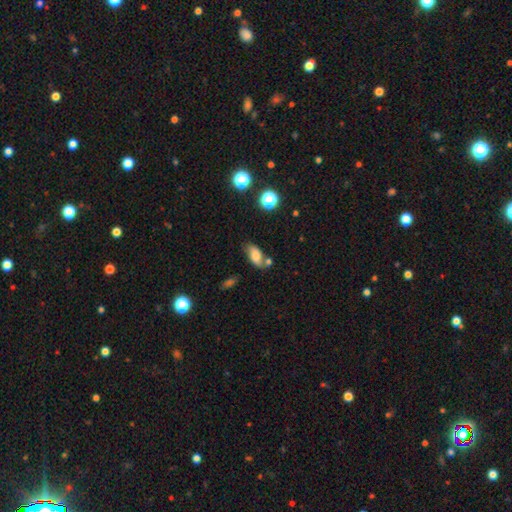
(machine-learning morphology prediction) Smooth or featured?
  - smooth: 68% *
  - featured or disk: 21%
  - star or artifact: 11%
How rounded?
  - in between: 88% *
  - round: 6%
  - cigar-shaped: 6%
Merging?
  - none: 52% *
  - minor disturbance: 22%
  - merger: 18%
  - major disturbance: 8%